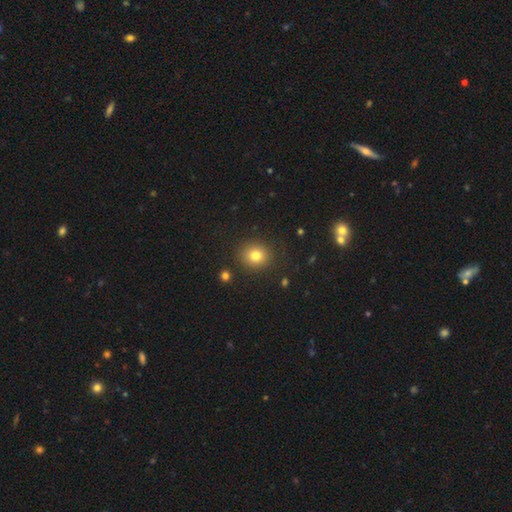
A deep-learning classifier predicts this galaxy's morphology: Smooth or featured? smooth (80%)
How rounded? round (80%)
Merging? none (88%)